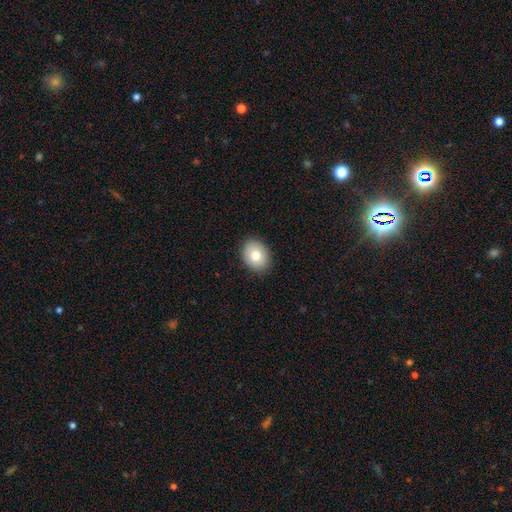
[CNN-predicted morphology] Smooth or featured? Predicted: smooth (p=0.80). How rounded? Predicted: in between (p=0.56). Merging? Predicted: none (p=0.88).